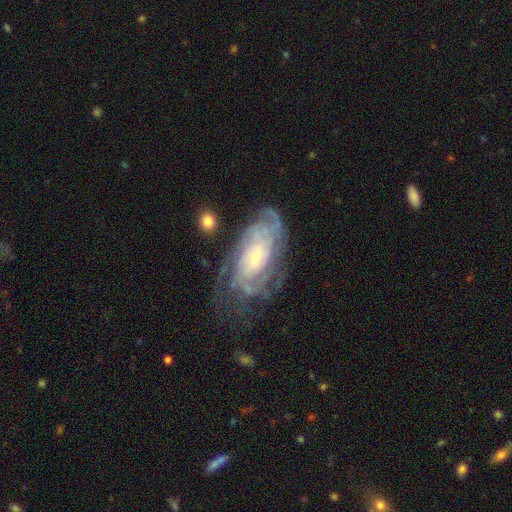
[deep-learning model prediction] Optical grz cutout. It shows a featured or disk galaxy (84%) with no bar (70%), tight (70%) spiral arms (94%) and a small central bulge (66%). Merging: none (64%).